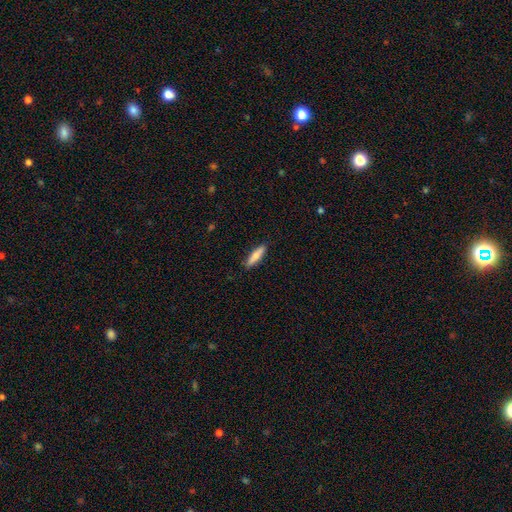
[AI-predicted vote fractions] The model was most divided on "smooth or featured": smooth: 74%, featured or disk: 21%, star or artifact: 6%. More confident: merging — none (89%); how rounded — cigar-shaped (77%).